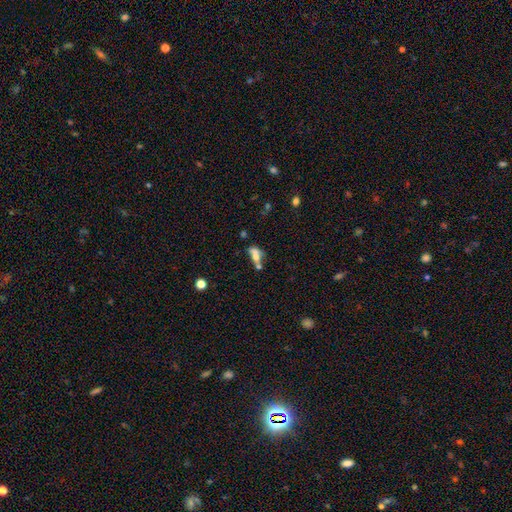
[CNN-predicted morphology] type=smooth (54%); roundness=in between (68%); merging=merger (51%).